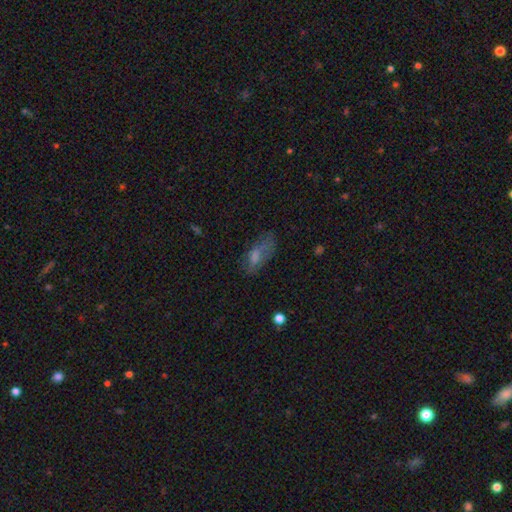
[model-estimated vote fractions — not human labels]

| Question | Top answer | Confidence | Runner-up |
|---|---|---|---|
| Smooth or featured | smooth | 60% | featured or disk (27%) |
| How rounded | in between | 78% | cigar-shaped (19%) |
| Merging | none | 45% | minor disturbance (27%) |